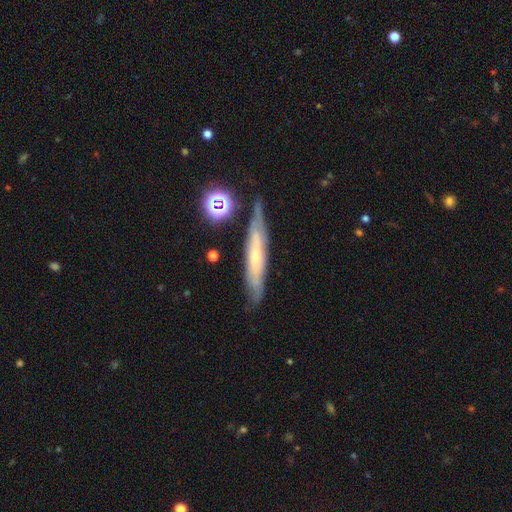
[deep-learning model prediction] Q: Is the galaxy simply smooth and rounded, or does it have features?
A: featured or disk — 63%.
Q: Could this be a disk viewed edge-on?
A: yes — 63%.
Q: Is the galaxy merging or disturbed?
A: none — 72%.